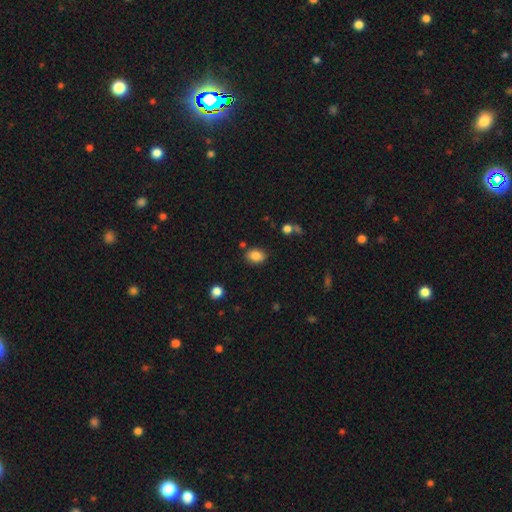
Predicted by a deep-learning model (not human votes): Overall: smooth (84%). How rounded: in between (71%). Merging: none (82%).